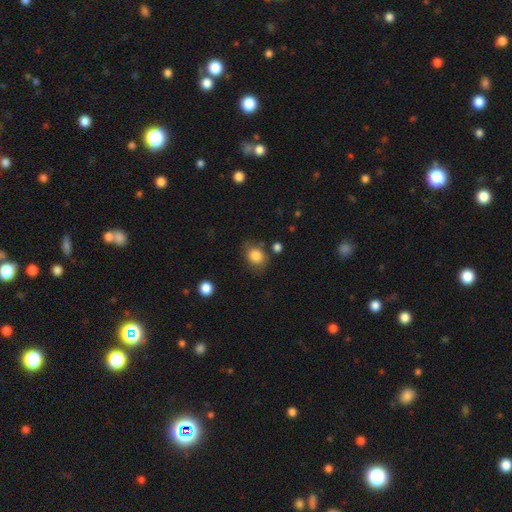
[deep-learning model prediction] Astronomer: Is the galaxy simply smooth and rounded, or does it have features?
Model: smooth — 83%.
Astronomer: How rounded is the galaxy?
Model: round — 50% (runner-up: in between, 49%).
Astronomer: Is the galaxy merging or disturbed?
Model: none — 70%.